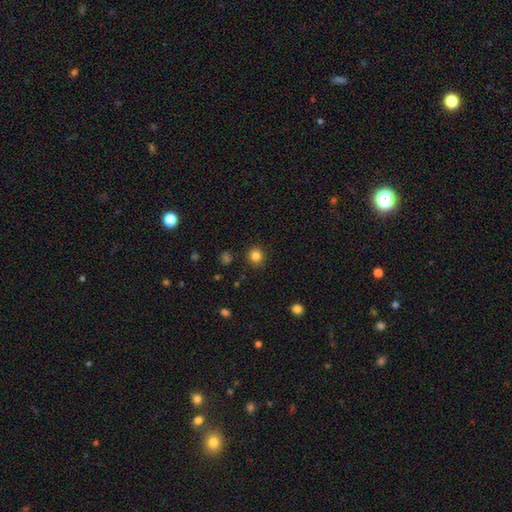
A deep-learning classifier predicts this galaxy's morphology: Smooth or featured? smooth (84%)
How rounded? round (93%)
Merging? none (90%)